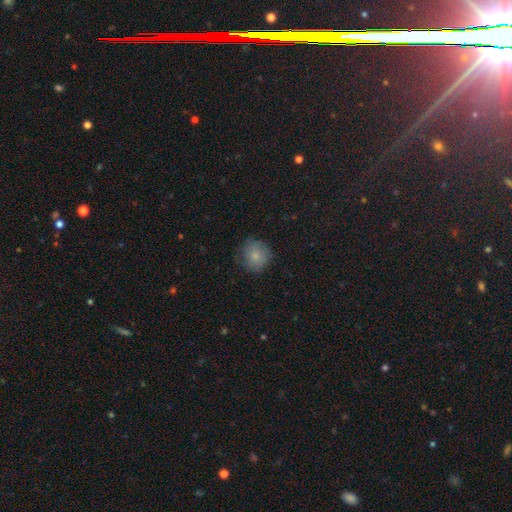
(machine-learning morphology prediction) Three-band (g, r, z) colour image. It shows a smooth galaxy with no disk features (84%) that is round (87%). Merging: none (80%).